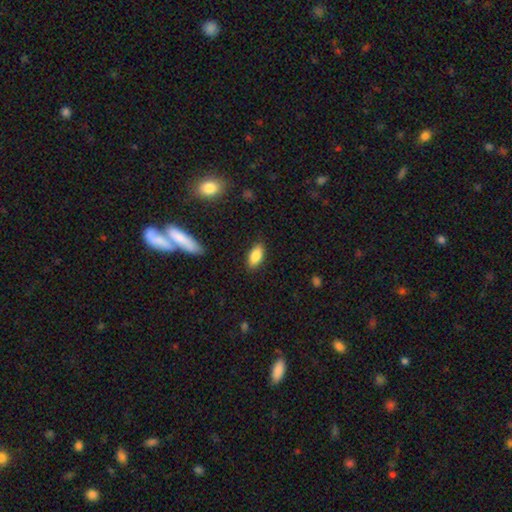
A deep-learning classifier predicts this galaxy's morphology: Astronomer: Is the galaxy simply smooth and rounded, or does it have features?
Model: smooth — 85%.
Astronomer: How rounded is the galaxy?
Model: in between — 87%.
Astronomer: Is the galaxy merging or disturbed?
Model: none — 86%.